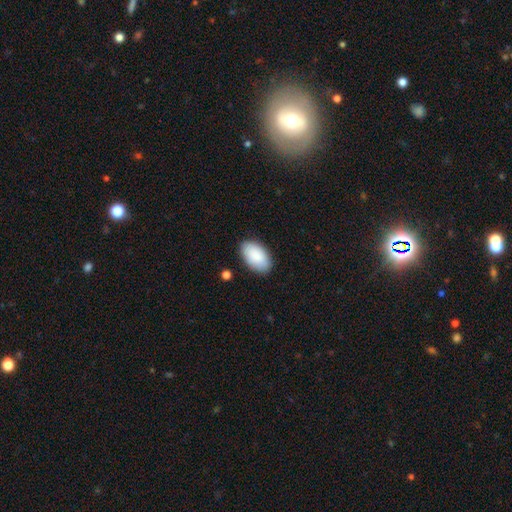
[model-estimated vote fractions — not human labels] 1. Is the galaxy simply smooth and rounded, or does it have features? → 89% smooth, 6% star or artifact, 5% featured or disk.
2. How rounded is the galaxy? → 95% in between, 3% round, 1% cigar-shaped.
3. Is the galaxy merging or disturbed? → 87% none, 10% minor disturbance, 2% major disturbance, 1% merger.